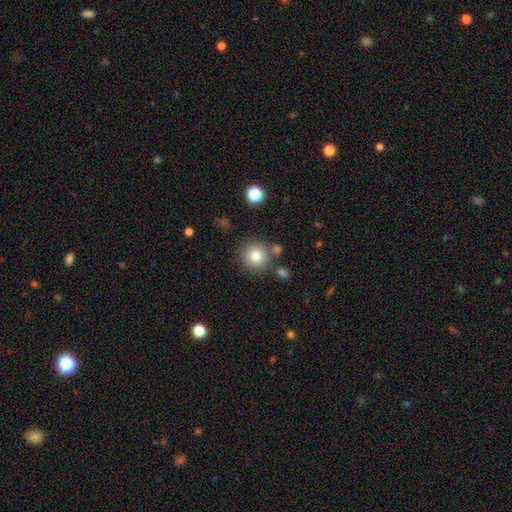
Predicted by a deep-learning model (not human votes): This is likely a smooth galaxy (79%). How rounded: clearly round (93%). Merging: likely none (79%).